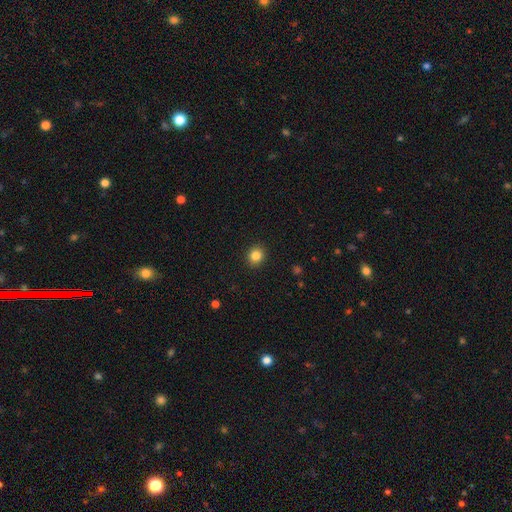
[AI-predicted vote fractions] Q: Smooth or featured?
A: smooth (85%); runner-up: star or artifact (11%)
Q: How rounded?
A: round (83%); runner-up: in between (16%)
Q: Merging?
A: none (92%); runner-up: minor disturbance (6%)